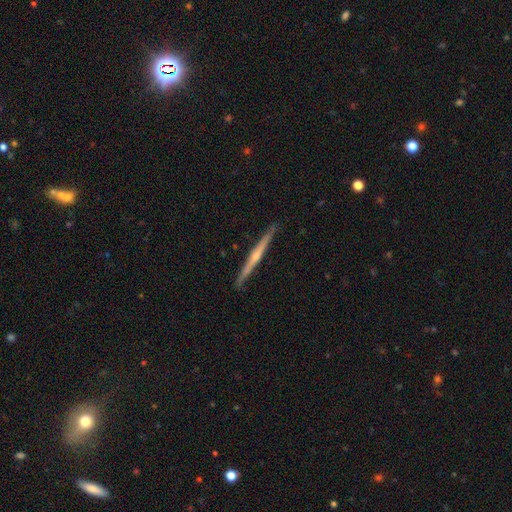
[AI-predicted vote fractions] Q: Smooth or featured?
A: featured or disk (71%); runner-up: smooth (24%)
Q: Edge-on disk?
A: yes (98%); runner-up: no (2%)
Q: Edge-on bulge?
A: rounded (57%); runner-up: none (35%)
Q: Merging?
A: none (90%); runner-up: minor disturbance (8%)